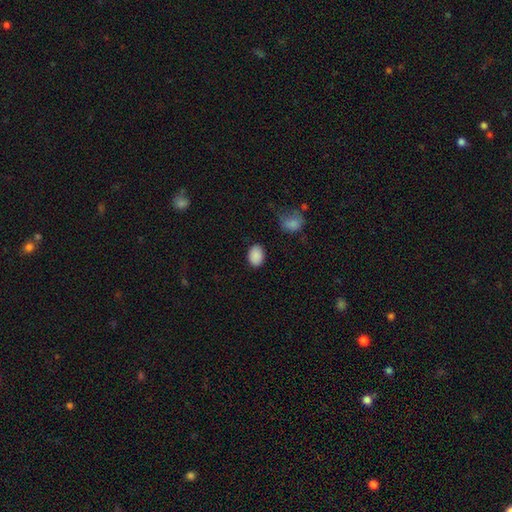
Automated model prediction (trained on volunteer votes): smooth-or-featured: smooth: 89% | star or artifact: 8% | featured or disk: 3%
  how-rounded: in between: 76% | round: 23% | cigar-shaped: 1%
  merging: none: 85% | minor disturbance: 11% | major disturbance: 3% | merger: 2%